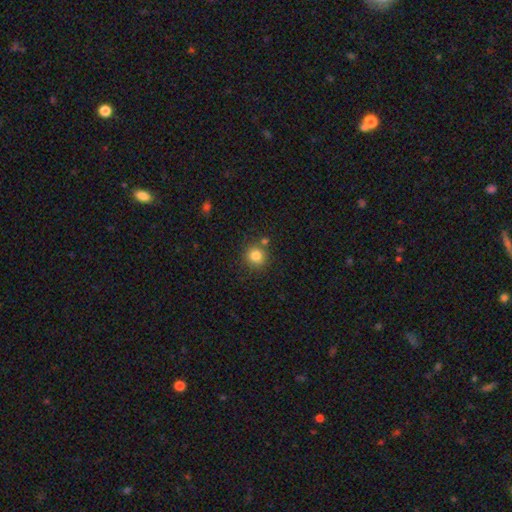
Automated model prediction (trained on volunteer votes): Q: Smooth or featured?
A: smooth (82%); runner-up: star or artifact (12%)
Q: How rounded?
A: round (90%); runner-up: in between (9%)
Q: Merging?
A: none (77%); runner-up: merger (10%)